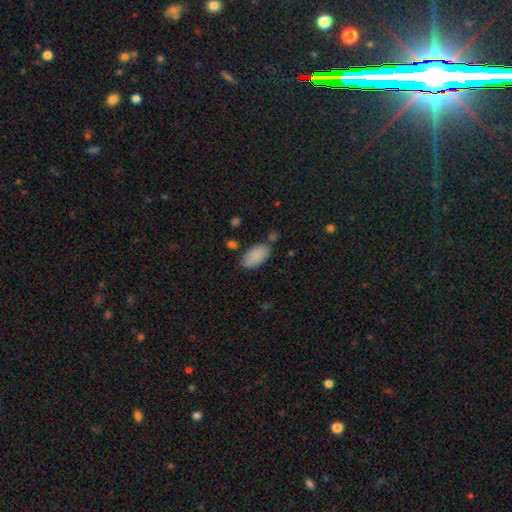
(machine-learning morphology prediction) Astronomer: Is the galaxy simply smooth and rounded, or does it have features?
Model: smooth — 89%.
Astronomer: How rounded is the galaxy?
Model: in between — 94%.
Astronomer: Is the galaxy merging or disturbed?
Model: none — 74%.